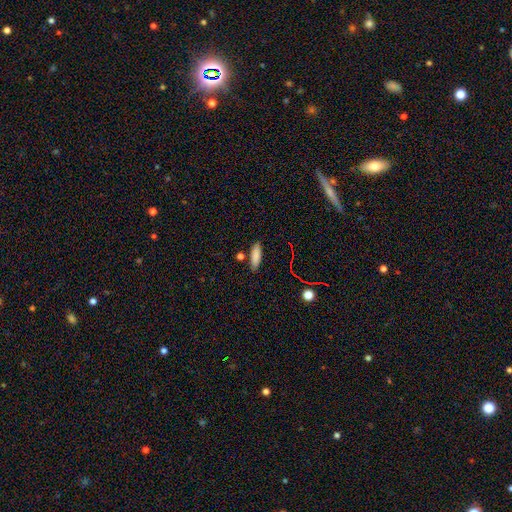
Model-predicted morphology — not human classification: Smooth or featured: smooth — 84% (star or artifact — 9%)
How rounded: cigar-shaped — 51% (in between — 47%)
Merging: none — 82% (minor disturbance — 11%)